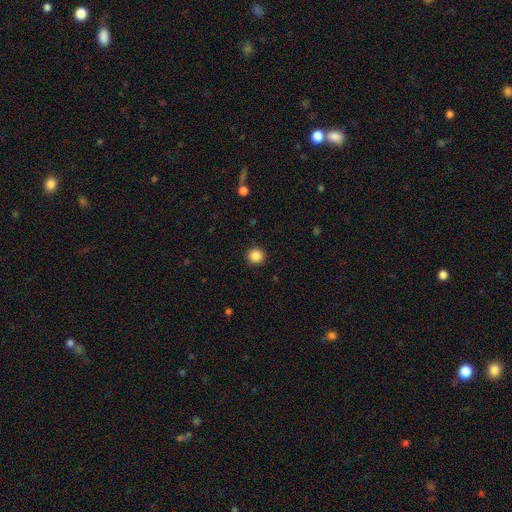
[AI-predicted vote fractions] A smooth galaxy with no disk features (87%) that is round (95%).

Vote fractions:
- Smooth or featured? smooth: 87% / star or artifact: 10% / featured or disk: 3%
- How rounded? round: 95% / in between: 4% / cigar-shaped: 1%
- Merging? none: 92% / minor disturbance: 5% / major disturbance: 2% / merger: 1%